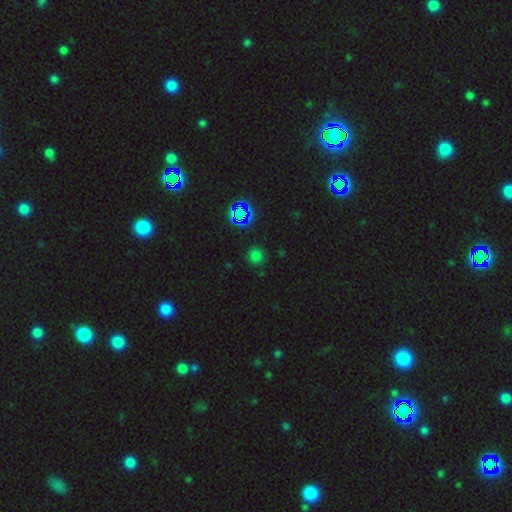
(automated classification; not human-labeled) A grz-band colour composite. It shows a smooth galaxy with no disk features (65%) that is round (92%). Merging: none (88%).